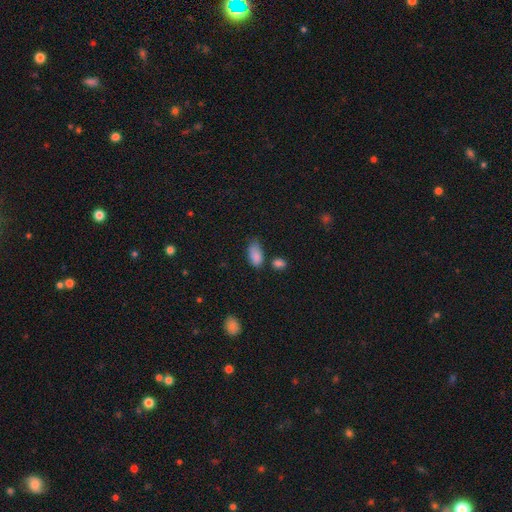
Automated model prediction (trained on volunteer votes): smooth_or_featured: smooth (p=0.85) [alt: star or artifact p=0.09]
how_rounded: in between (p=0.91) [alt: round p=0.05]
merging: none (p=0.47) [alt: minor disturbance p=0.34]